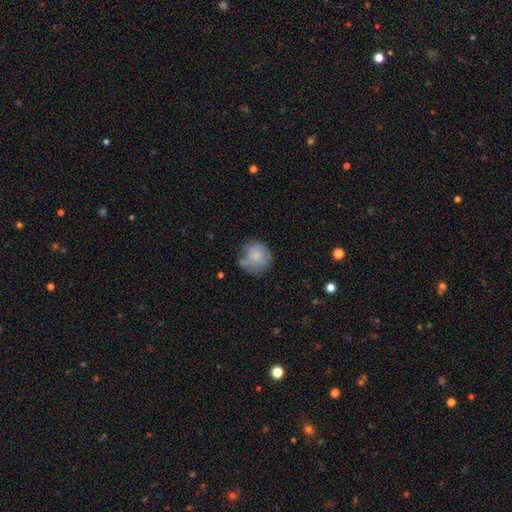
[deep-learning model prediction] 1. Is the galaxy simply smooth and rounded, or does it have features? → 73% smooth, 19% featured or disk, 8% star or artifact.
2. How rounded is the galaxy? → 86% round, 13% in between, 1% cigar-shaped.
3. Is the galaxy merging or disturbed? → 54% none, 29% minor disturbance, 12% major disturbance, 5% merger.